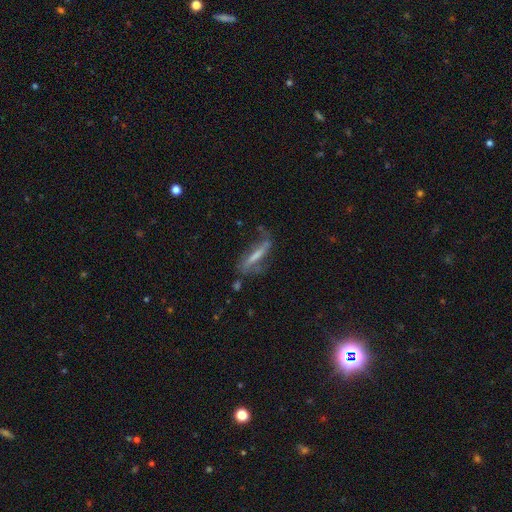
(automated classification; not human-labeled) A featured or disk galaxy (60%). Merging: none (48%).